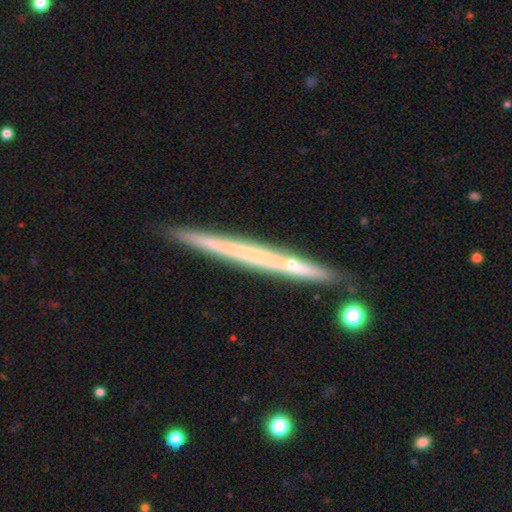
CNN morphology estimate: Smooth or featured? Predicted: featured or disk (p=0.60). Edge-on disk? Predicted: yes (p=0.97). Edge-on bulge? Predicted: none (p=0.88). Merging? Predicted: none (p=0.88).